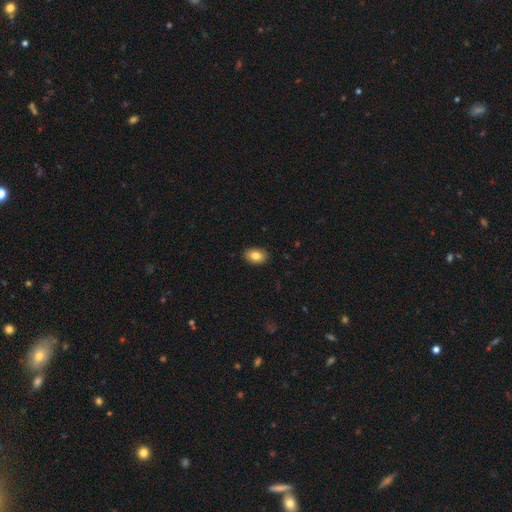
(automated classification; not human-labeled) The model was most divided on "how rounded": in between: 85%, round: 14%, cigar-shaped: 1%. More confident: merging — none (89%); smooth or featured — smooth (84%).